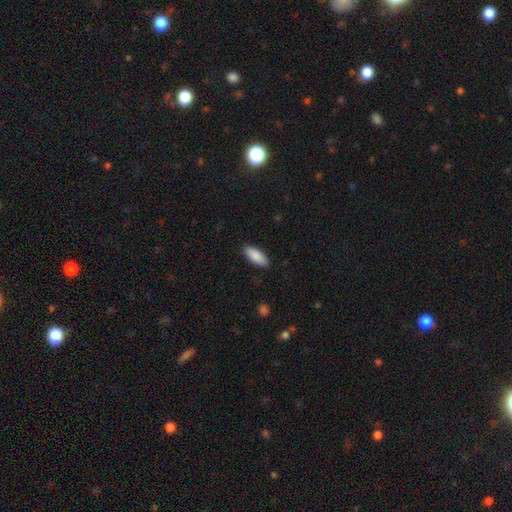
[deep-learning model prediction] Smooth or featured? Predicted: smooth (p=0.88). How rounded? Predicted: in between (p=0.82). Merging? Predicted: none (p=0.87).